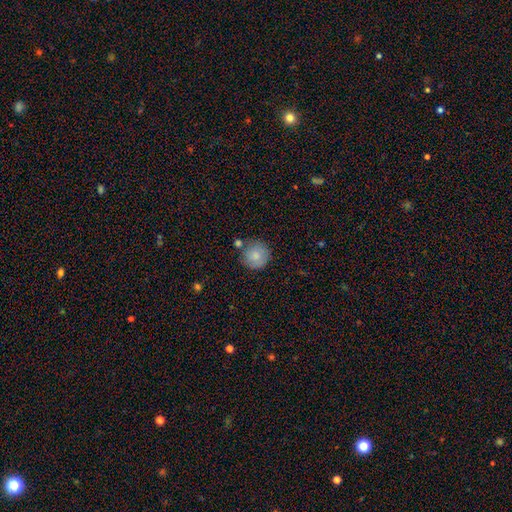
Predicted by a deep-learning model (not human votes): Smooth or featured? Predicted: smooth (p=0.84). How rounded? Predicted: round (p=0.94). Merging? Predicted: none (p=0.76).